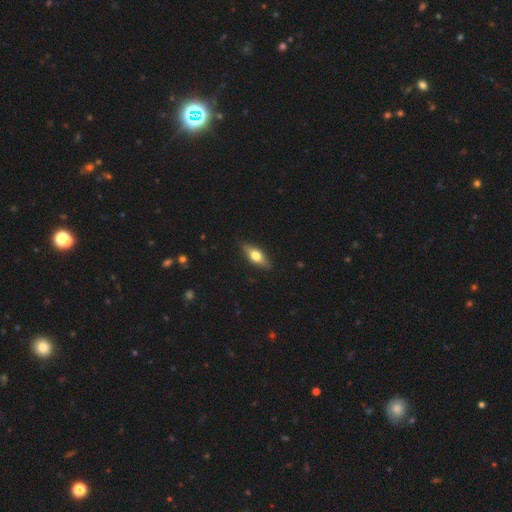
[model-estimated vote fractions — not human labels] smooth 50%, featured or disk 43%, star or artifact 7%. Down the decision tree: how rounded — in between (63%); merging — none (87%).